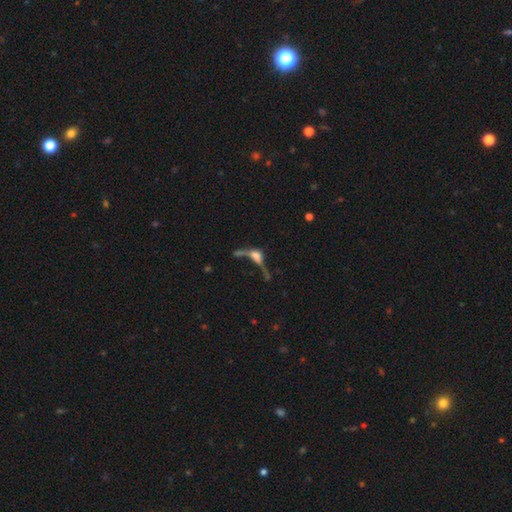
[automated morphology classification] Smooth or featured? featured or disk (44%)
Merging? major disturbance (35%)